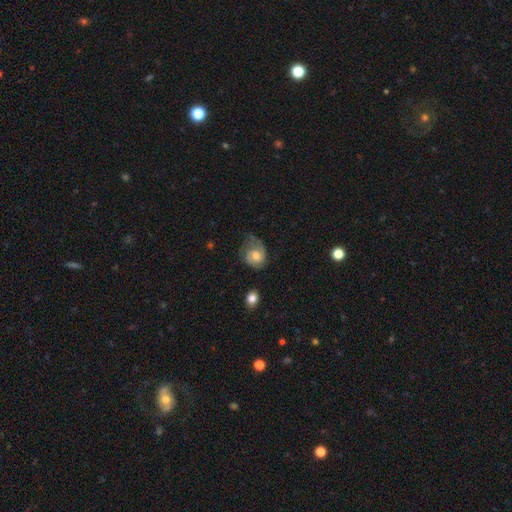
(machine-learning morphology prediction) The model was most divided on "smooth or featured": featured or disk: 53%, smooth: 39%, star or artifact: 8%. Remaining: edge-on disk — no (97%); spiral arms — yes (86%); bar — no (66%); bulge size — moderate (57%); merging — none (46%).